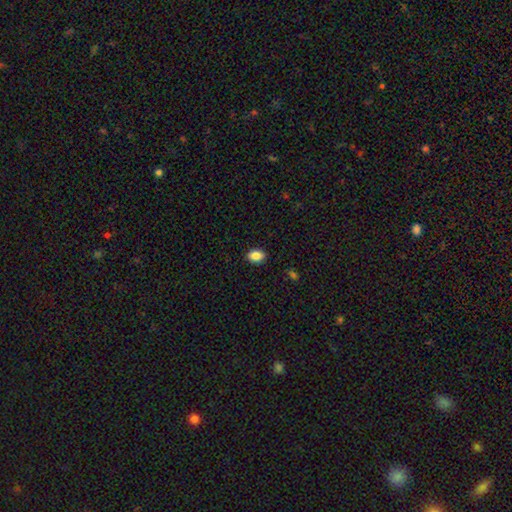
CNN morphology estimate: smooth-or-featured: smooth: 87% | star or artifact: 8% | featured or disk: 5%
  how-rounded: in between: 74% | round: 25% | cigar-shaped: 1%
  merging: none: 90% | minor disturbance: 7% | major disturbance: 2% | merger: 1%